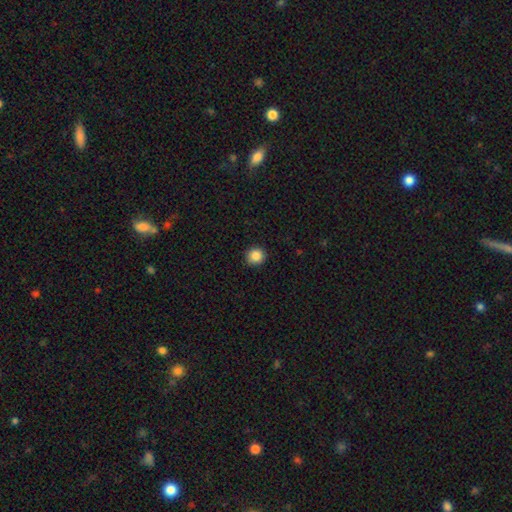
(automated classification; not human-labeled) A smooth galaxy with no disk features (86%) that is round (93%).

Vote fractions:
- Smooth or featured? smooth: 86% / star or artifact: 10% / featured or disk: 4%
- How rounded? round: 93% / in between: 6% / cigar-shaped: 1%
- Merging? none: 91% / minor disturbance: 6% / major disturbance: 2% / merger: 1%